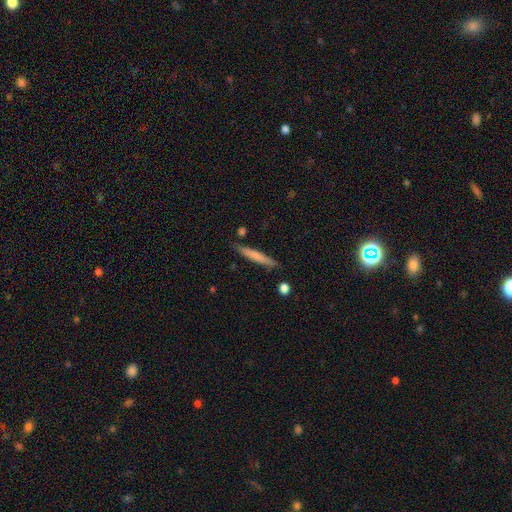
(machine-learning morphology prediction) This appears to be a smooth galaxy with no disk features (68%) that is cigar-shaped (95%). Merging: none (85%).